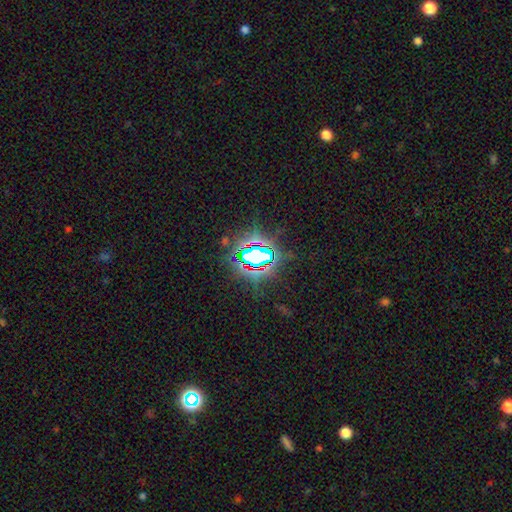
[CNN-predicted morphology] This is likely a star or artifact rather than a galaxy (78%).